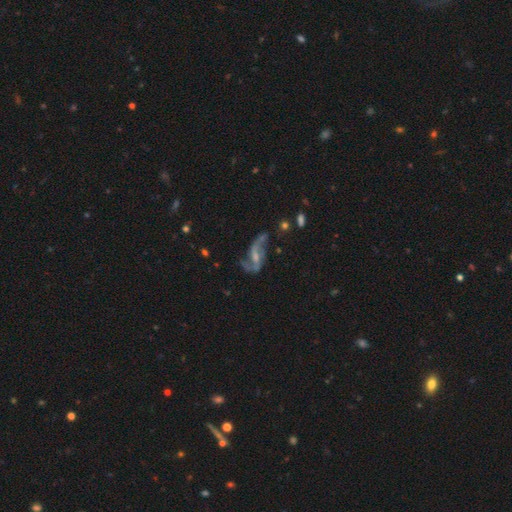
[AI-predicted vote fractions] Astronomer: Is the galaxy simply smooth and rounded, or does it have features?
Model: featured or disk — 81%.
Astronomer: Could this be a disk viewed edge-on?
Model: no — 95%.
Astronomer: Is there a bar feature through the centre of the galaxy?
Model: weak — 47% (runner-up: no, 28%).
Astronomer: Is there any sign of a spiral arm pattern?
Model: yes — 90%.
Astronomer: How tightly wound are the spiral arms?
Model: loose — 75%.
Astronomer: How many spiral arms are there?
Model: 2 — 87%.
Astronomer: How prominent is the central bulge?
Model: small — 42% (runner-up: moderate, 28%).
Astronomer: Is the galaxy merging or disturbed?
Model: none — 48% (runner-up: major disturbance, 24%).